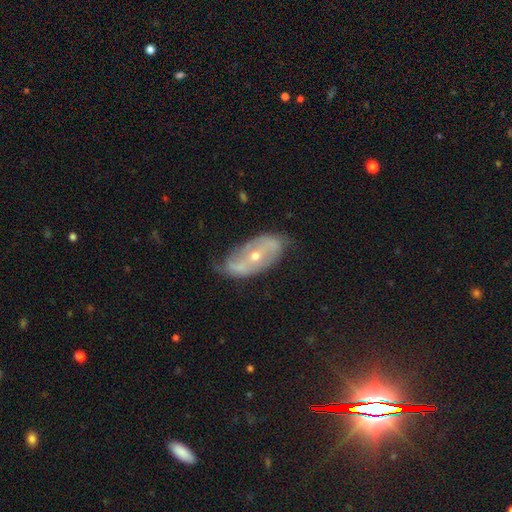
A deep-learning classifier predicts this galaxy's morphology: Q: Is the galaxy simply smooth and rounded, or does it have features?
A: featured or disk — 74%.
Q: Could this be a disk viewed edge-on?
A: no — 90%.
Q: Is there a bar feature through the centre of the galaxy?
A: no — 46%.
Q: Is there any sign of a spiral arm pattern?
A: yes — 78%.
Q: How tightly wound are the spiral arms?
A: loose — 37%.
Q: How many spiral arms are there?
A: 2 — 72%.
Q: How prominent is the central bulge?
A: small — 51%.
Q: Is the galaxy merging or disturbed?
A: none — 59%.